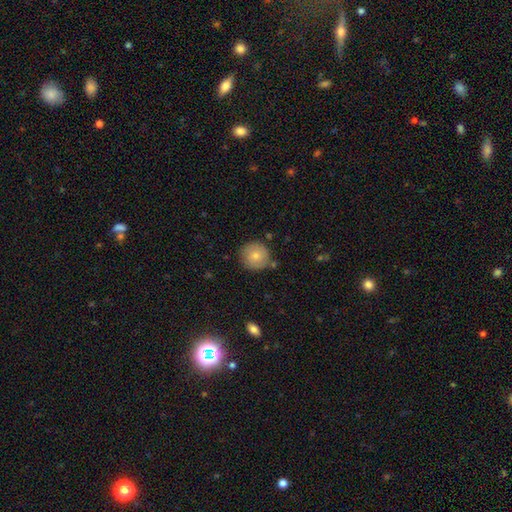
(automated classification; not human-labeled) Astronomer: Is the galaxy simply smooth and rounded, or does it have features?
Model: smooth — 74%.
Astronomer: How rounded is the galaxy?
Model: round — 91%.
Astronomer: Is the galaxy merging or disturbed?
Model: none — 80%.